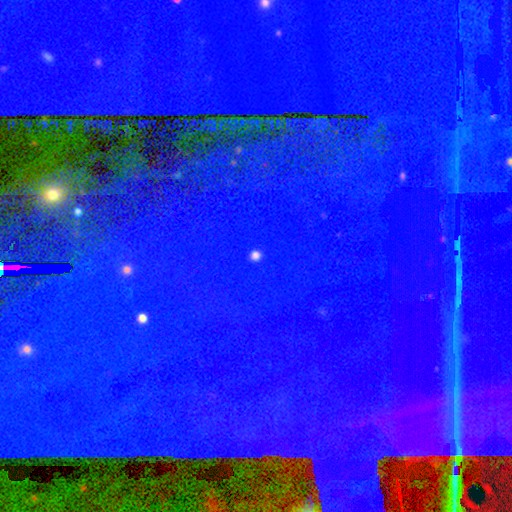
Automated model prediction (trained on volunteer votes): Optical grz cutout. It shows a star or artifact, not a galaxy (74%).